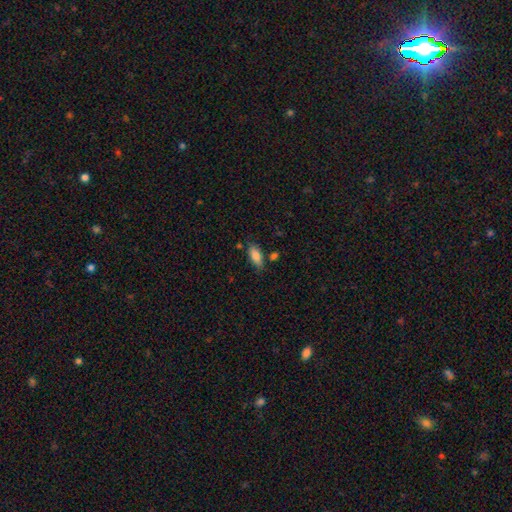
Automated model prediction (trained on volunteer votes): Smooth or featured: smooth — 84% (featured or disk — 9%)
How rounded: in between — 84% (cigar-shaped — 13%)
Merging: none — 72% (minor disturbance — 17%)